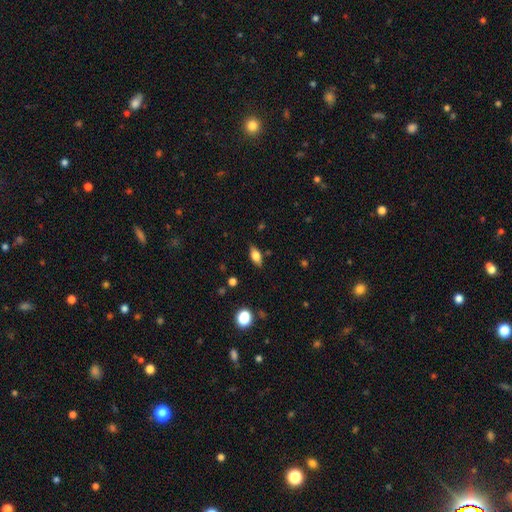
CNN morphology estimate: This is likely a smooth galaxy (66%). How rounded: clearly in between (81%). Merging: clearly none (84%).